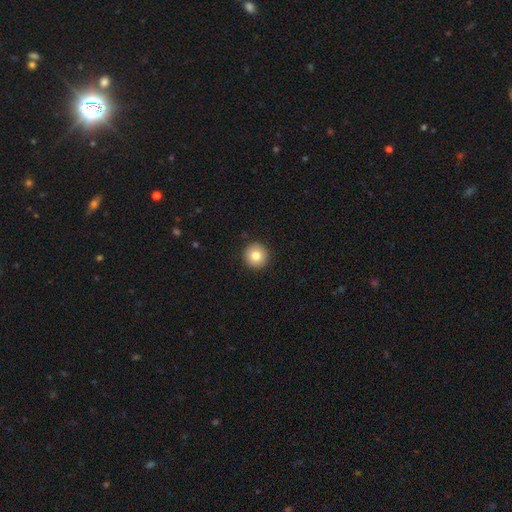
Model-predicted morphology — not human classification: type=smooth (82%); roundness=round (96%); merging=none (93%).